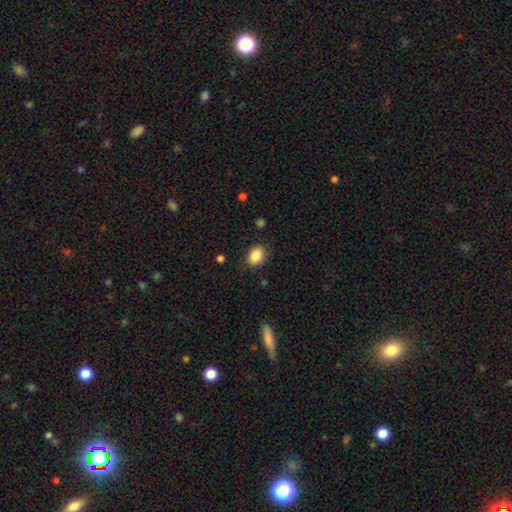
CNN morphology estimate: A smooth galaxy with no disk features (87%) that is in between round and cigar-shaped (65%). Merging: none (84%).